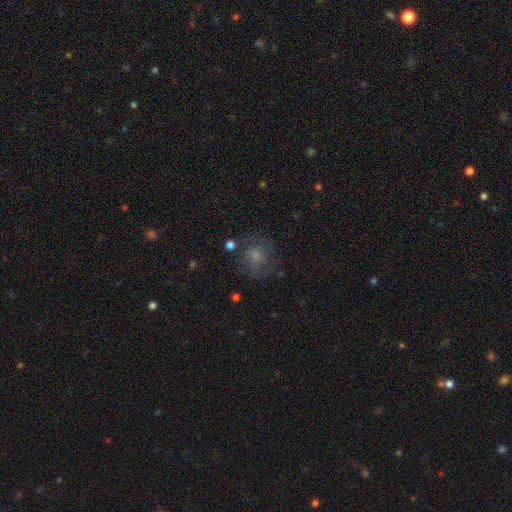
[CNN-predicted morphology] Smooth or featured: smooth — 58% (featured or disk — 27%)
How rounded: round — 80% (in between — 19%)
Merging: none — 62% (minor disturbance — 19%)